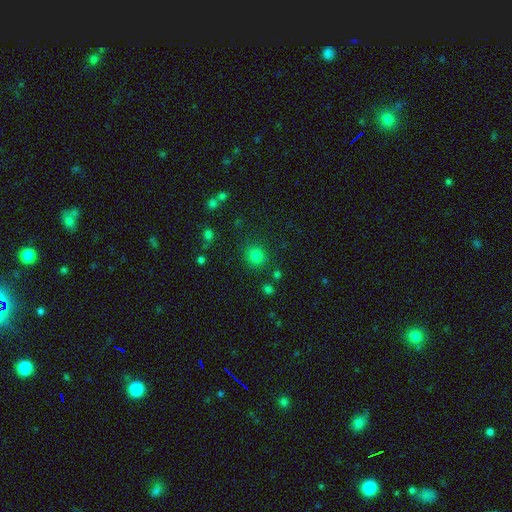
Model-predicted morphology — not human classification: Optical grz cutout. It shows a smooth galaxy with no disk features (81%) that is round (89%). Merging: none (85%).